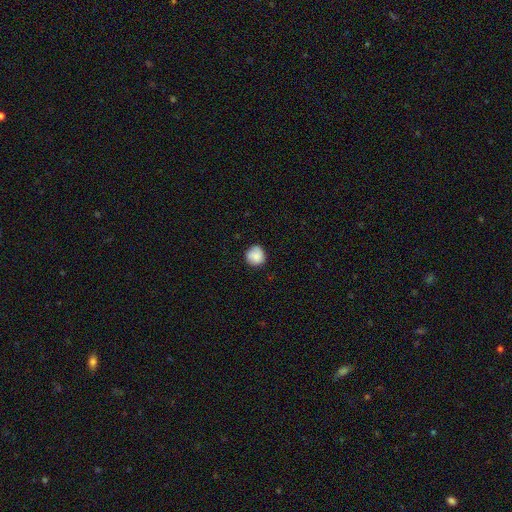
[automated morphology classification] smooth 85%, star or artifact 8%, featured or disk 7%. Down the decision tree: how rounded — round (90%); merging — none (81%).